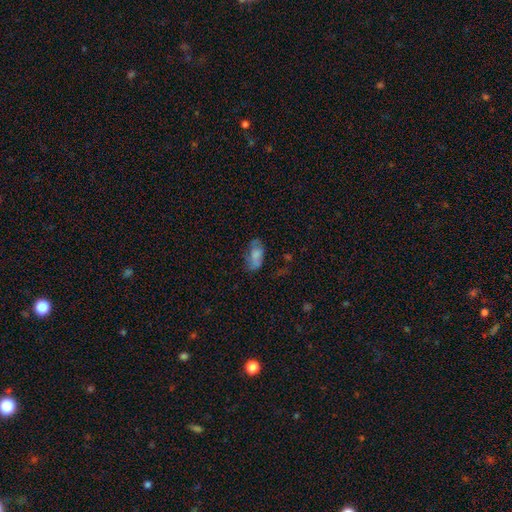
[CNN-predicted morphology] smooth 67%, featured or disk 24%, star or artifact 9%. Down the decision tree: how rounded — in between (91%); merging — none (50%).